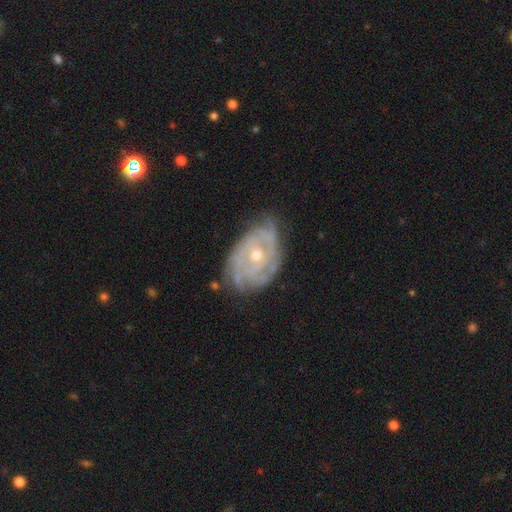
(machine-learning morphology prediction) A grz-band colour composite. It shows a featured or disk galaxy (85%) with no bar (77%), tight (72%) spiral arms (91%) and a moderate central bulge (55%). Merging: none (66%).